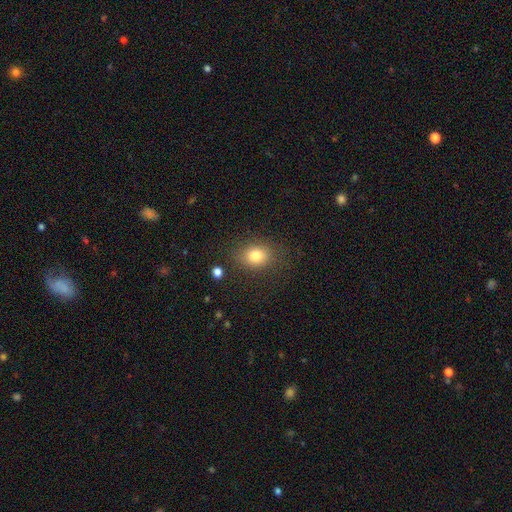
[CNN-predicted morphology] type=smooth (80%); roundness=in between (54%); merging=none (80%).